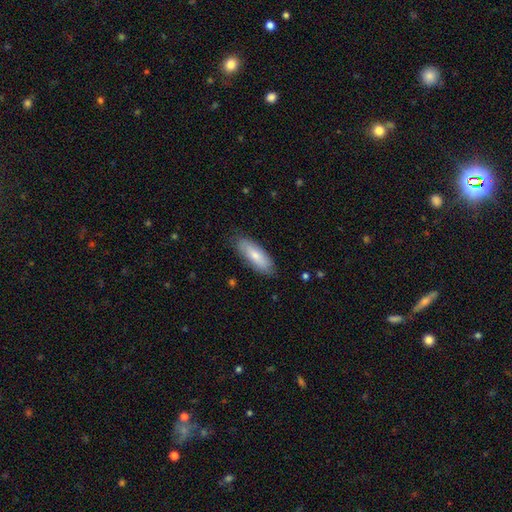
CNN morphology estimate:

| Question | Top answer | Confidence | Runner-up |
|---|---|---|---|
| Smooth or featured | smooth | 75% | featured or disk (19%) |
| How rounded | in between | 65% | cigar-shaped (33%) |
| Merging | none | 83% | minor disturbance (13%) |